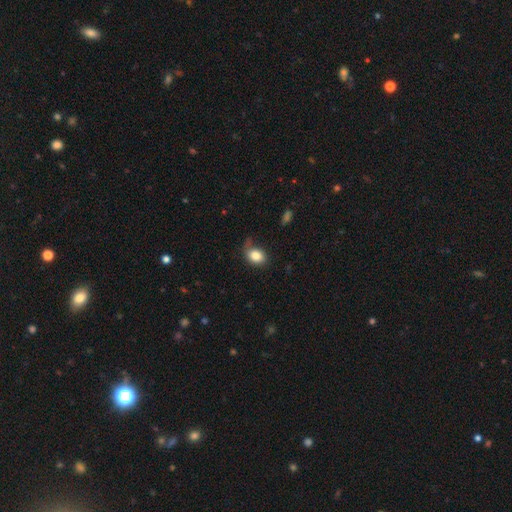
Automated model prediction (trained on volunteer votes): Overall: smooth (84%). How rounded: in between (64%; round 35%). Merging: none (60%; minor disturbance 26%).